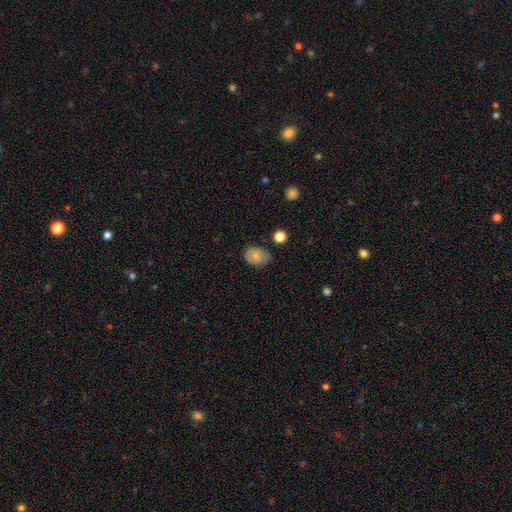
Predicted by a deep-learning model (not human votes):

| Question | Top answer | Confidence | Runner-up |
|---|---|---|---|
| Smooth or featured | smooth | 81% | featured or disk (10%) |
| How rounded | in between | 70% | round (29%) |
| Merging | none | 66% | minor disturbance (26%) |